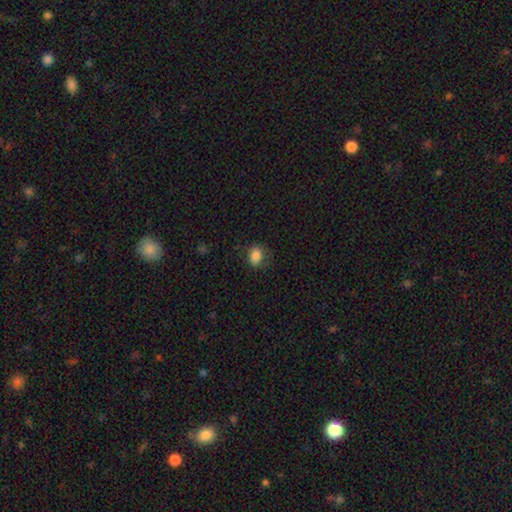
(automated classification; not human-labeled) Smooth or featured? Predicted: smooth (p=0.83). How rounded? Predicted: in between (p=0.61). Merging? Predicted: none (p=0.67).